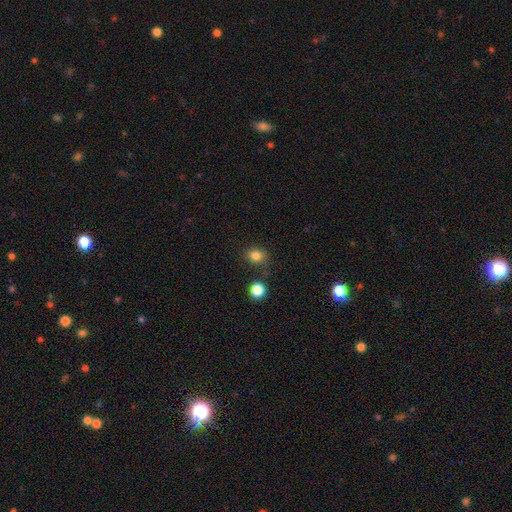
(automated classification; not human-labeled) smooth-or-featured: smooth: 81% | star or artifact: 14% | featured or disk: 5%
  how-rounded: round: 67% | in between: 33% | cigar-shaped: 1%
  merging: none: 78% | minor disturbance: 12% | merger: 6% | major disturbance: 4%